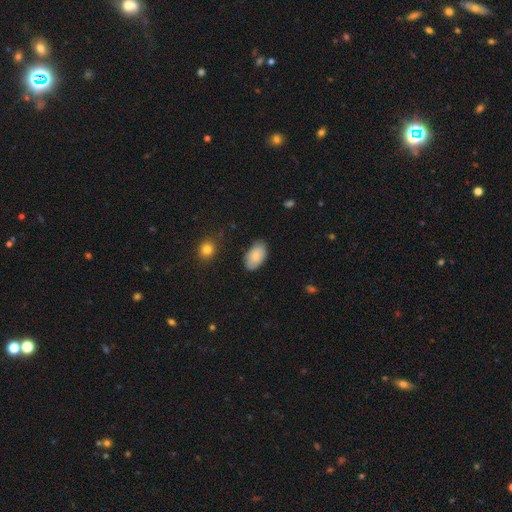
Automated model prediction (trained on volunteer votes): Q: Smooth or featured?
A: smooth (85%); runner-up: featured or disk (9%)
Q: How rounded?
A: in between (95%); runner-up: round (4%)
Q: Merging?
A: none (81%); runner-up: minor disturbance (15%)